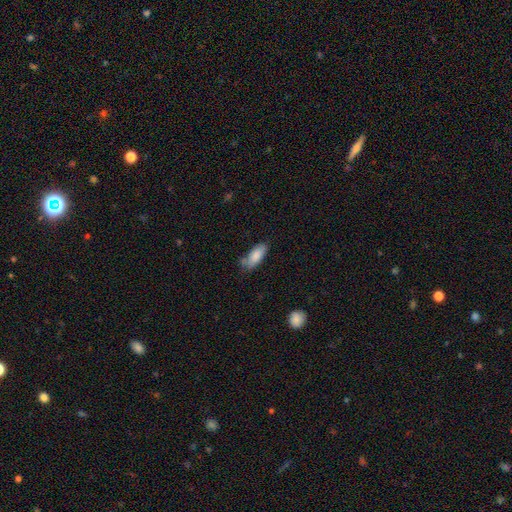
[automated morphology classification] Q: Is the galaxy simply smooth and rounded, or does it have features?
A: smooth — 85%.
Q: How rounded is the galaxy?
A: in between — 80%.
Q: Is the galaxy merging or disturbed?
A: none — 63%.